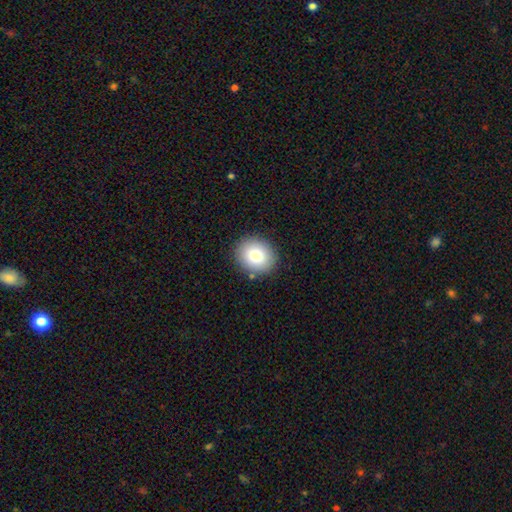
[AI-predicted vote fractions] smooth 79%, featured or disk 11%, star or artifact 10%. Down the decision tree: how rounded — round (71%); merging — none (88%).